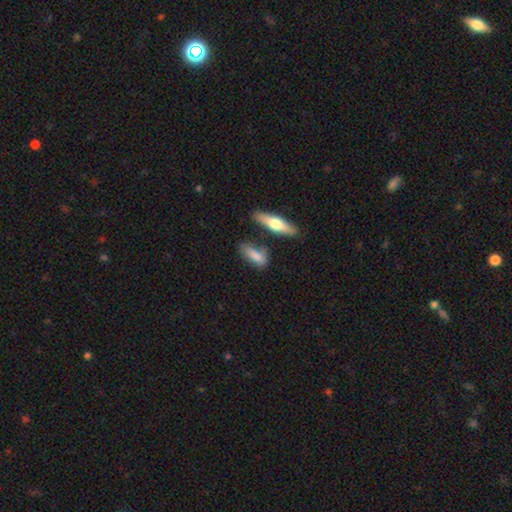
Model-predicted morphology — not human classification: Overall: smooth (76%). How rounded: in between (63%; cigar-shaped 33%). Merging: none (58%; minor disturbance 22%).